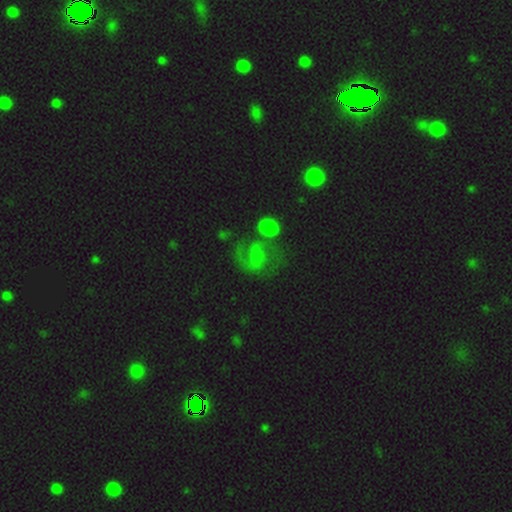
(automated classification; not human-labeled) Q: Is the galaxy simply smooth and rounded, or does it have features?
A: featured or disk — 41%.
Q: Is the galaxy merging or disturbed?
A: none — 44%.